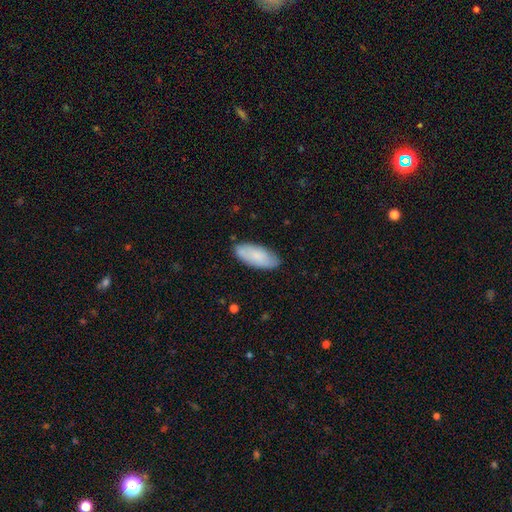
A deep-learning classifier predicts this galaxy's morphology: Q: Smooth or featured?
A: smooth (78%); runner-up: featured or disk (16%)
Q: How rounded?
A: in between (84%); runner-up: cigar-shaped (14%)
Q: Merging?
A: none (82%); runner-up: minor disturbance (15%)